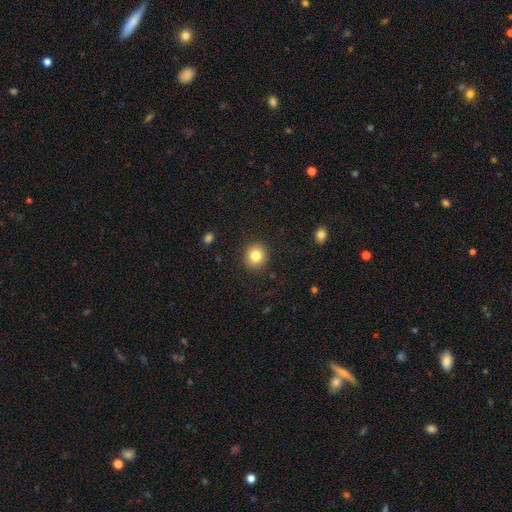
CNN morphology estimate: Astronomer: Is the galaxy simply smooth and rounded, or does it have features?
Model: smooth — 82%.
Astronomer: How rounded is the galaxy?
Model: round — 89%.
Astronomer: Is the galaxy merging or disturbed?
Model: none — 90%.